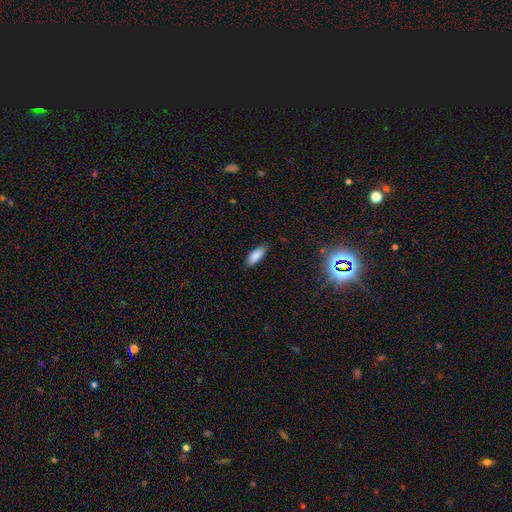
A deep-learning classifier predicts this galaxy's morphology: Smooth or featured? smooth (86%)
How rounded? in between (71%)
Merging? none (85%)